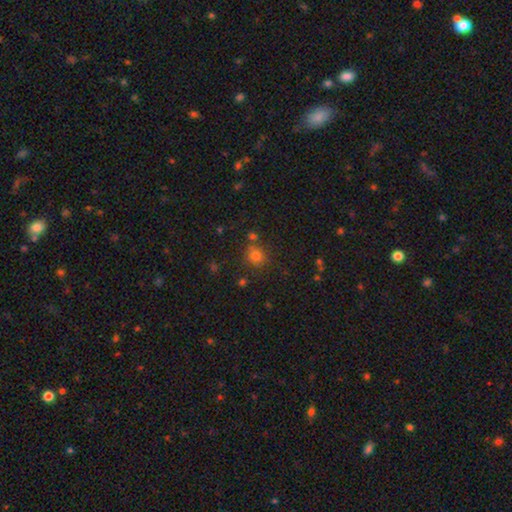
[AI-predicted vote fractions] The model was most divided on "smooth or featured": smooth: 72%, star or artifact: 20%, featured or disk: 8%. More confident: how rounded — round (77%); merging — none (68%).